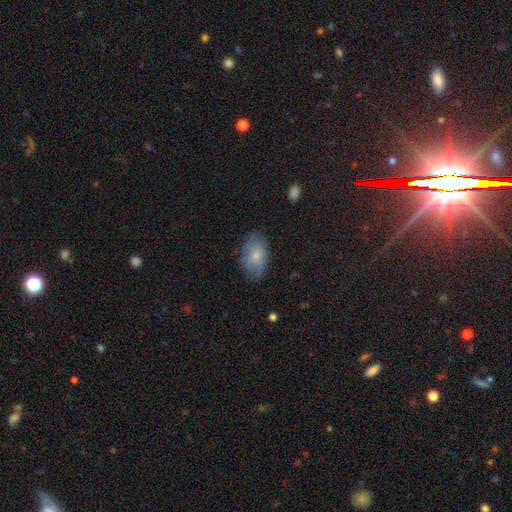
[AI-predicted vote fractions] Smooth or featured: smooth — 72% (featured or disk — 20%)
How rounded: in between — 89% (round — 10%)
Merging: none — 71% (minor disturbance — 22%)